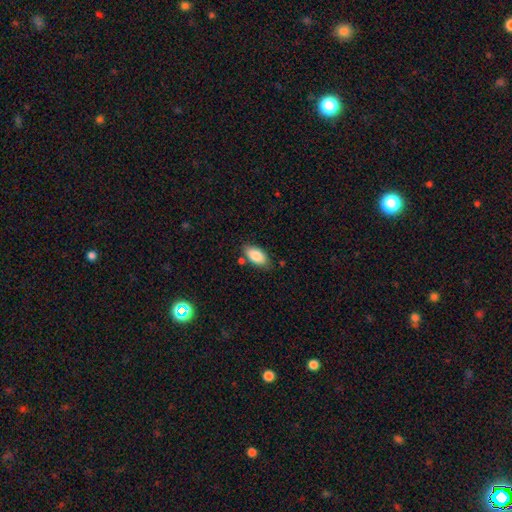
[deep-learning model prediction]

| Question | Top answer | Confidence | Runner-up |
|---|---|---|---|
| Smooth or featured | smooth | 86% | featured or disk (7%) |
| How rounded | in between | 92% | cigar-shaped (5%) |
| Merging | none | 77% | minor disturbance (15%) |